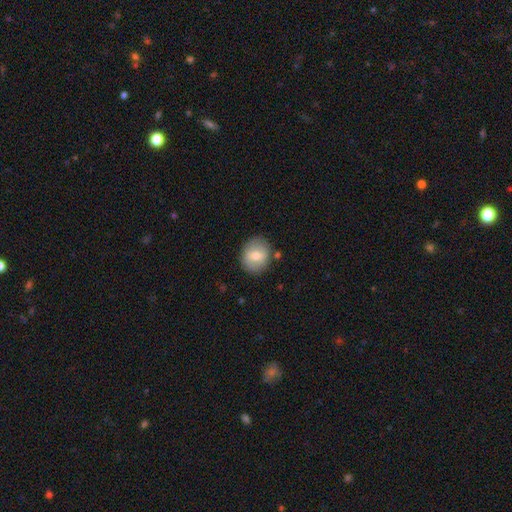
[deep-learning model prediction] smooth-or-featured: smooth: 66% | featured or disk: 27% | star or artifact: 7%
  how-rounded: round: 71% | in between: 28% | cigar-shaped: 1%
  merging: none: 81% | minor disturbance: 12% | merger: 4% | major disturbance: 3%